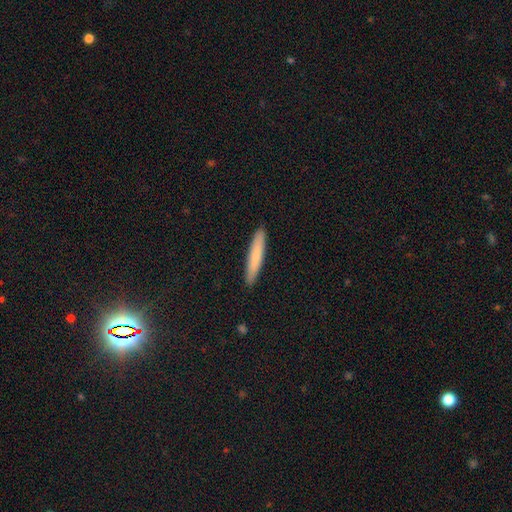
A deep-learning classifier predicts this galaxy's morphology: type=smooth (79%); roundness=cigar-shaped (93%); merging=none (91%).